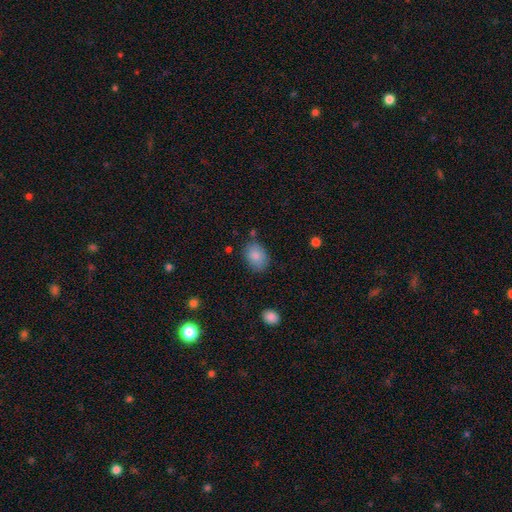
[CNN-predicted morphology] smooth_or_featured: smooth (p=0.86) [alt: star or artifact p=0.07]
how_rounded: in between (p=0.71) [alt: round p=0.28]
merging: none (p=0.75) [alt: minor disturbance p=0.17]